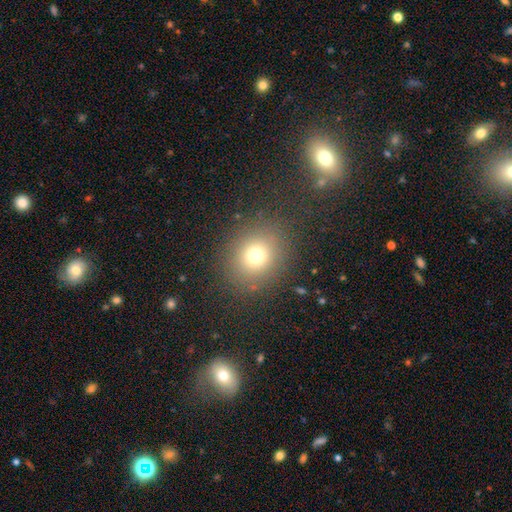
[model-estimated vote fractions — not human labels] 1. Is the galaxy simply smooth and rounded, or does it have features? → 73% smooth, 18% star or artifact, 10% featured or disk.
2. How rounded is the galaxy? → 78% round, 21% in between, 1% cigar-shaped.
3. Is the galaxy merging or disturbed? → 84% none, 9% minor disturbance, 5% major disturbance, 2% merger.